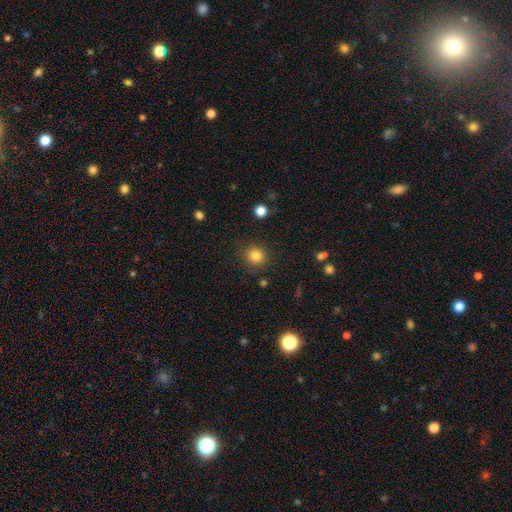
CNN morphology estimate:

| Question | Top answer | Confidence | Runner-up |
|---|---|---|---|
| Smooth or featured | smooth | 84% | star or artifact (11%) |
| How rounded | round | 90% | in between (9%) |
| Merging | none | 87% | minor disturbance (8%) |